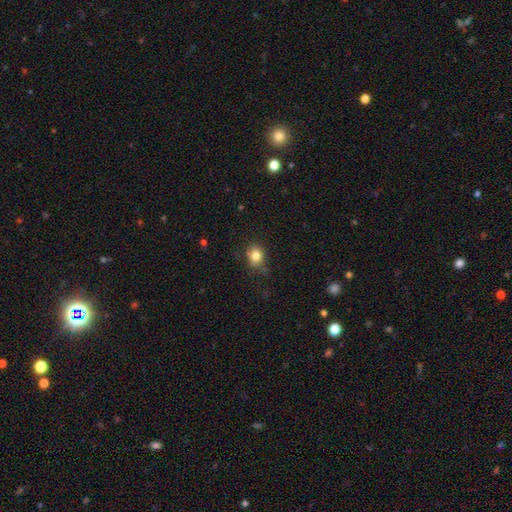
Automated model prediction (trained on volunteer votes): Overall: smooth (81%). How rounded: round (59%; in between 40%). Merging: none (76%).